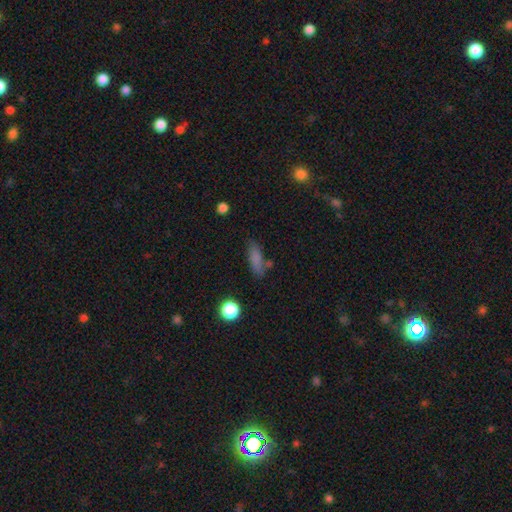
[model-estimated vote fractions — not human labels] Smooth or featured?
  - smooth: 76% *
  - star or artifact: 13%
  - featured or disk: 11%
How rounded?
  - in between: 51% *
  - cigar-shaped: 44%
  - round: 5%
Merging?
  - none: 70% *
  - minor disturbance: 17%
  - merger: 8%
  - major disturbance: 5%